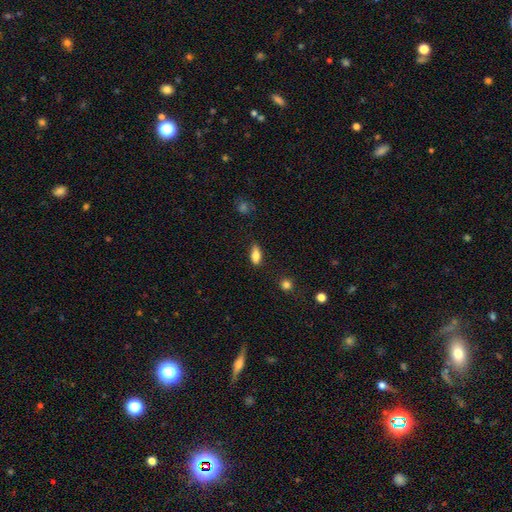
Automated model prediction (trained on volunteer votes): smooth_or_featured: smooth (p=0.80) [alt: featured or disk p=0.12]
how_rounded: in between (p=0.82) [alt: cigar-shaped p=0.14]
merging: none (p=0.74) [alt: minor disturbance p=0.20]